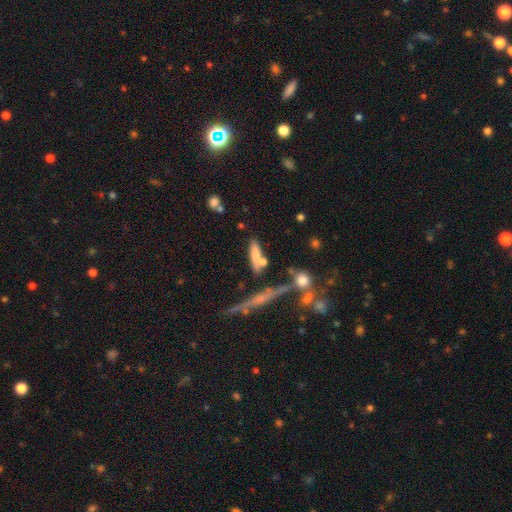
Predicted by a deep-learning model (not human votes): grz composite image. It shows a smooth galaxy with no disk features (70%) that is cigar-shaped (60%). Merging: none (56%).